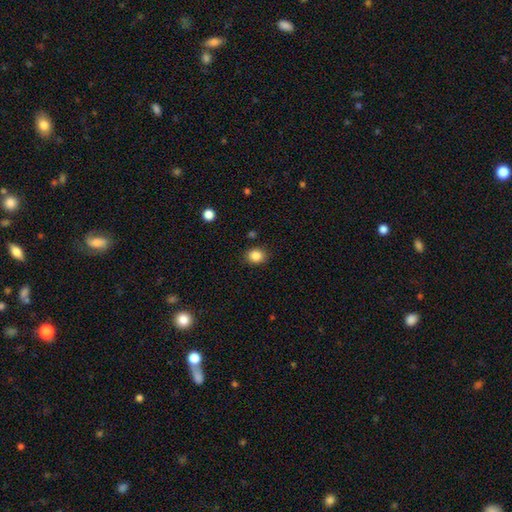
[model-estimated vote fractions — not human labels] Smooth or featured?
  - smooth: 86% *
  - star or artifact: 10%
  - featured or disk: 4%
How rounded?
  - round: 61% *
  - in between: 38%
  - cigar-shaped: 1%
Merging?
  - none: 87% *
  - minor disturbance: 9%
  - major disturbance: 3%
  - merger: 2%